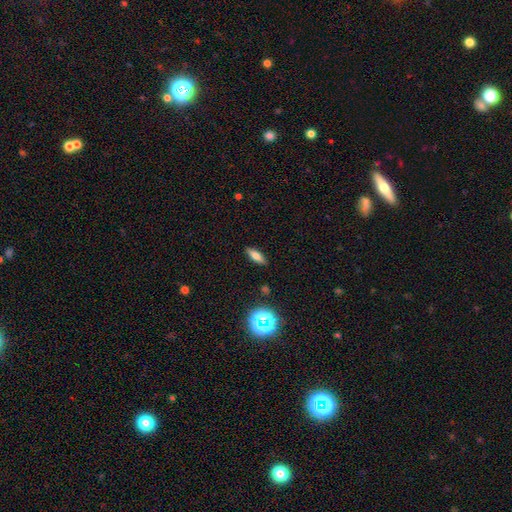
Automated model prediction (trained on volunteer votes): Morphology: type=smooth (64%); roundness=in between (53%); merging=none (89%).